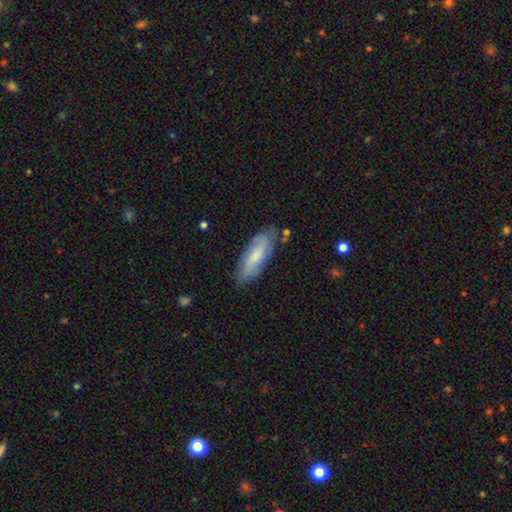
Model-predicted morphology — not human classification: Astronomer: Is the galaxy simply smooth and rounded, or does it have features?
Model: smooth — 62%.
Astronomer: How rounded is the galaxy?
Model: in between — 61% (runner-up: cigar-shaped, 37%).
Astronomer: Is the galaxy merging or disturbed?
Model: none — 75%.